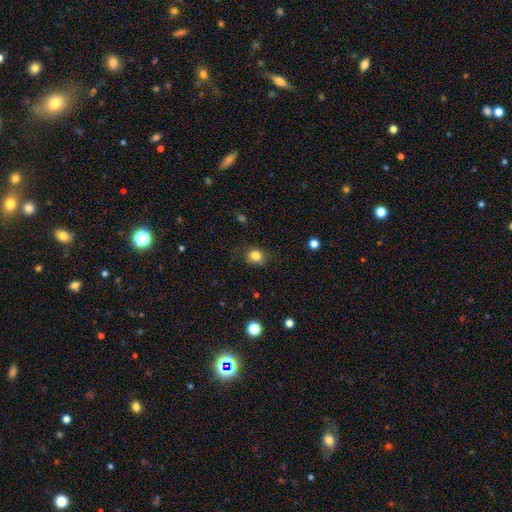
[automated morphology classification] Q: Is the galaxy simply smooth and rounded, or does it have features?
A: smooth — 83%.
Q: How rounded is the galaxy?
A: round — 68%.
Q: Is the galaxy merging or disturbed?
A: none — 76%.